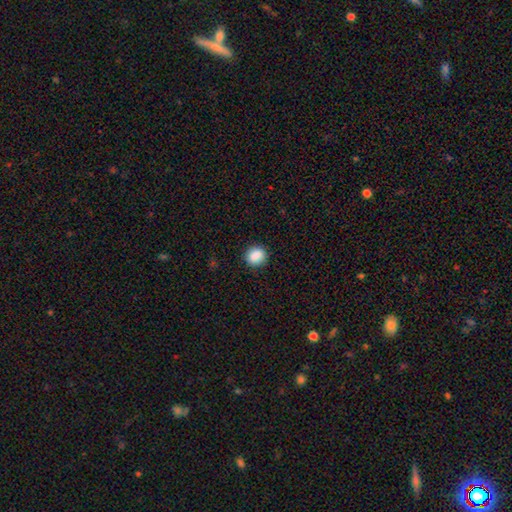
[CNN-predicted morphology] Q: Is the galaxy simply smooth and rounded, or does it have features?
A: smooth — 88%.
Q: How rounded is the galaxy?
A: round — 73%.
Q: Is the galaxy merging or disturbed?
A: none — 88%.